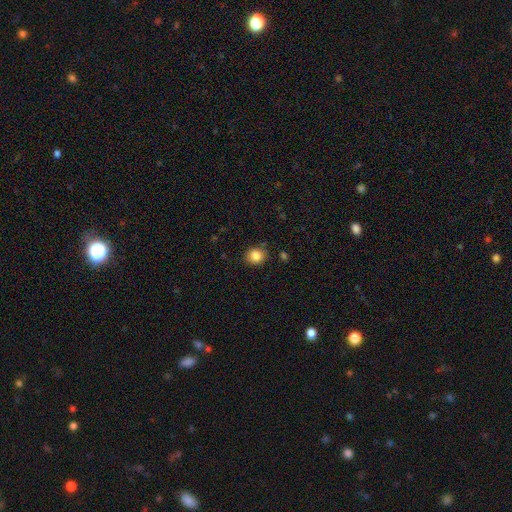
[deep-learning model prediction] This appears to be a smooth galaxy with no disk features (85%) that is round (78%). Merging: none (86%).